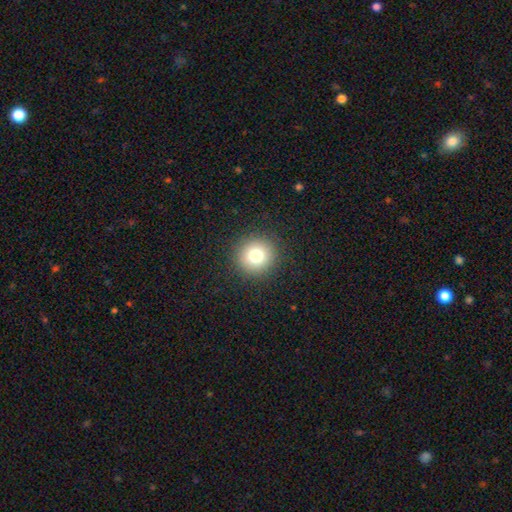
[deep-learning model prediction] Overall: smooth (78%). How rounded: round (93%). Merging: none (91%).